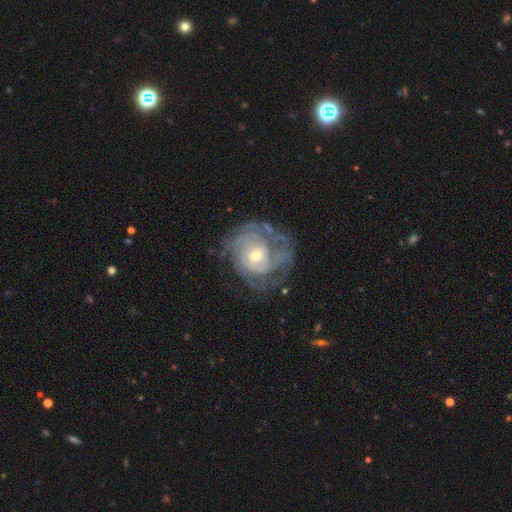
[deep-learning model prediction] This is clearly a featured or disk galaxy (82%). It is clearly not viewed edge-on (97%). Bar: likely no (65%). Spiral arm pattern: clearly yes (89%). Spiral arm count: possibly can't tell (47%). Spiral winding: likely tight (65%). Central bulge: possibly small (54%). Merging: likely none (64%).